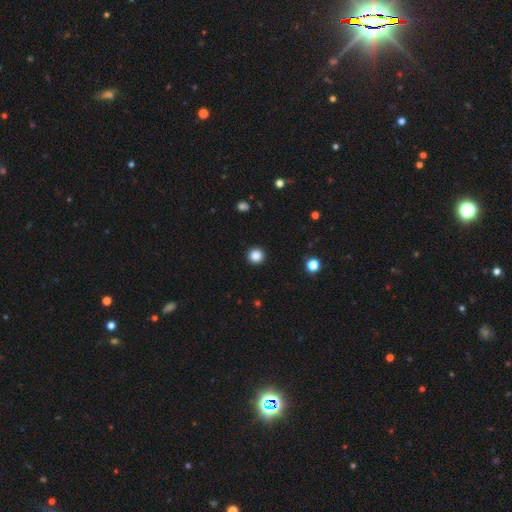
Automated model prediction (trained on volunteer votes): smooth-or-featured: smooth: 86% | star or artifact: 11% | featured or disk: 3%
  how-rounded: round: 95% | in between: 4% | cigar-shaped: 1%
  merging: none: 93% | minor disturbance: 4% | major disturbance: 2% | merger: 1%